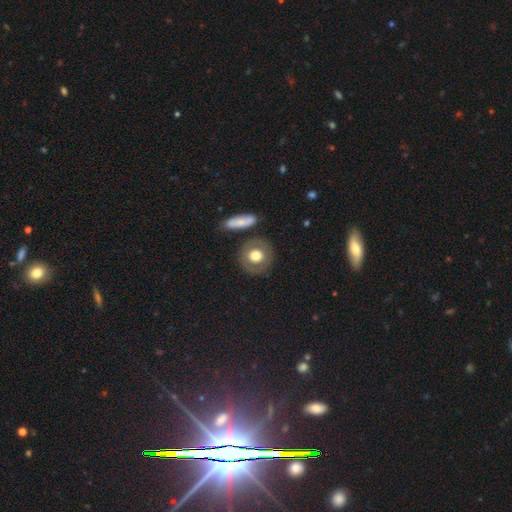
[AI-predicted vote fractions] Q: Smooth or featured?
A: smooth (62%); runner-up: featured or disk (31%)
Q: How rounded?
A: round (86%); runner-up: in between (12%)
Q: Merging?
A: none (80%); runner-up: minor disturbance (11%)